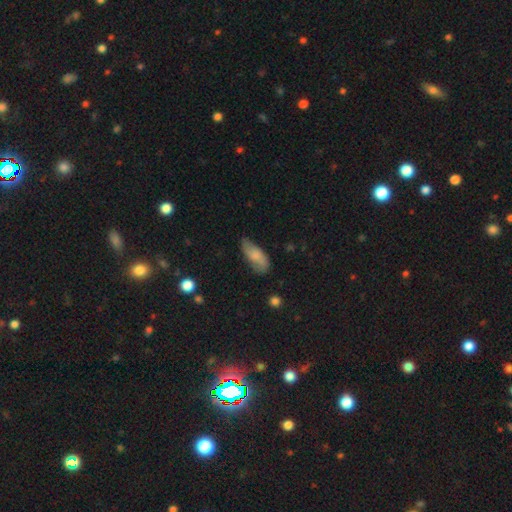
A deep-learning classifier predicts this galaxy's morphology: Smooth or featured: smooth — 72% (featured or disk — 22%)
How rounded: in between — 83% (cigar-shaped — 15%)
Merging: none — 55% (minor disturbance — 34%)